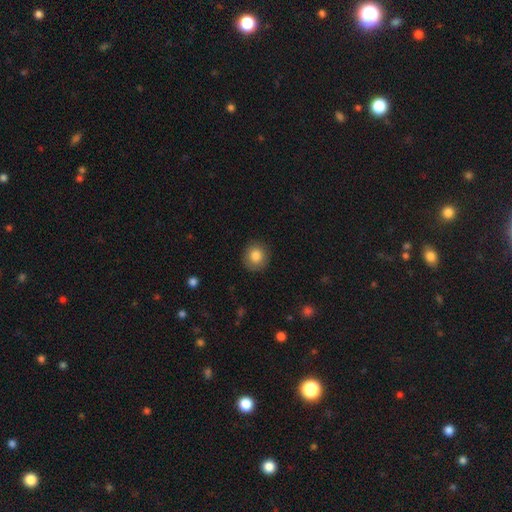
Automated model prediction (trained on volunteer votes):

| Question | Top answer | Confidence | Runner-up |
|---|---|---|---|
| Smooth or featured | smooth | 84% | star or artifact (9%) |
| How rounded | round | 91% | in between (8%) |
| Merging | none | 89% | minor disturbance (8%) |